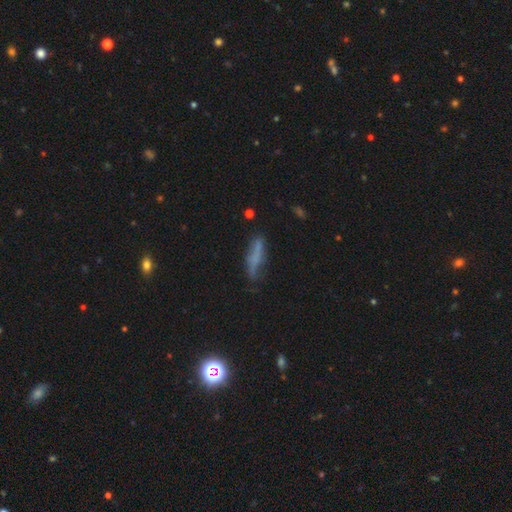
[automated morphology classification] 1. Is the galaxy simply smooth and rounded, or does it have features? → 55% smooth, 33% featured or disk, 12% star or artifact.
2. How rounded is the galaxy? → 73% cigar-shaped, 24% in between, 3% round.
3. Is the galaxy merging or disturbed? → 54% none, 29% minor disturbance, 13% major disturbance, 5% merger.